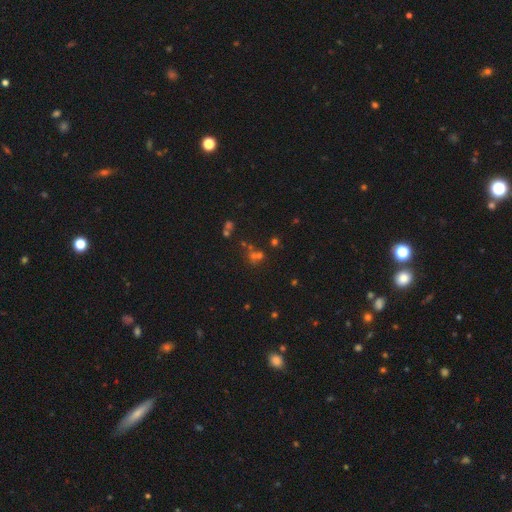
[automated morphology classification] The model was most divided on "smooth or featured": star or artifact: 48%, smooth: 38%, featured or disk: 14%.